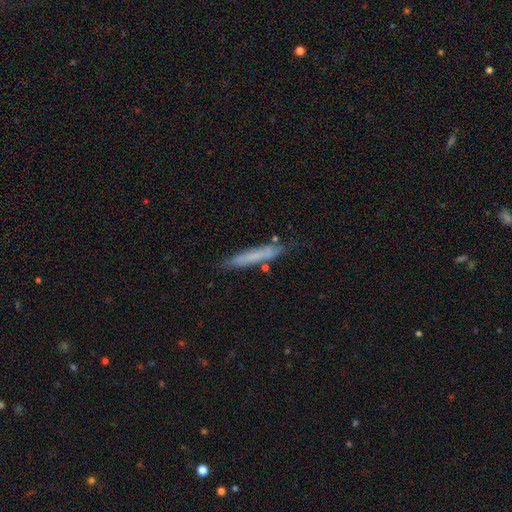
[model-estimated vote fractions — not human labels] A smooth galaxy with no disk features (62%) that is cigar-shaped (94%). Merging: none (76%).